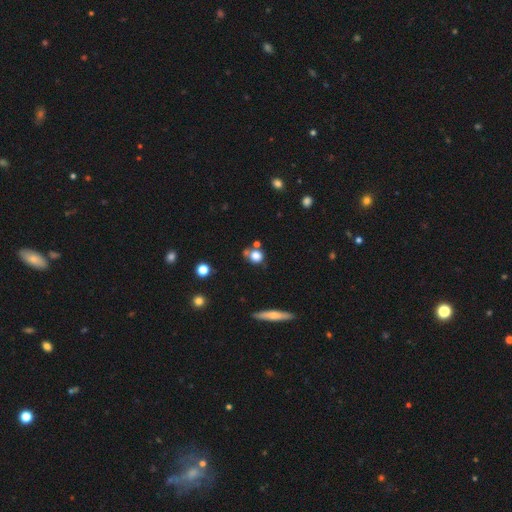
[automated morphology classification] type=smooth (76%); roundness=round (85%); merging=none (65%).